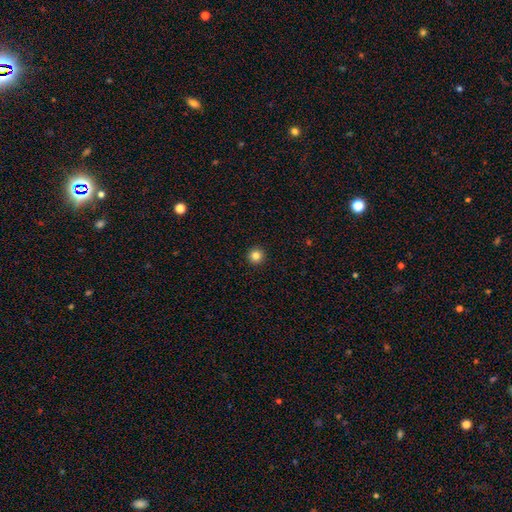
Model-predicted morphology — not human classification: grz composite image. It shows a smooth galaxy with no disk features (84%) that is round (96%). Merging: none (94%).